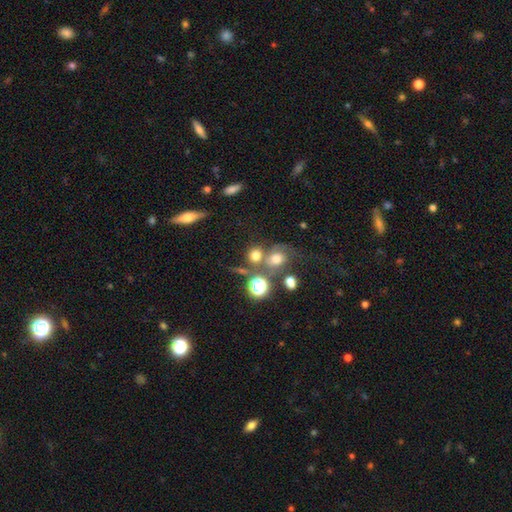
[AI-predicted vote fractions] smooth_or_featured: smooth (p=0.67) [alt: star or artifact p=0.18]
how_rounded: round (p=0.76) [alt: in between p=0.22]
merging: none (p=0.44) [alt: merger p=0.35]